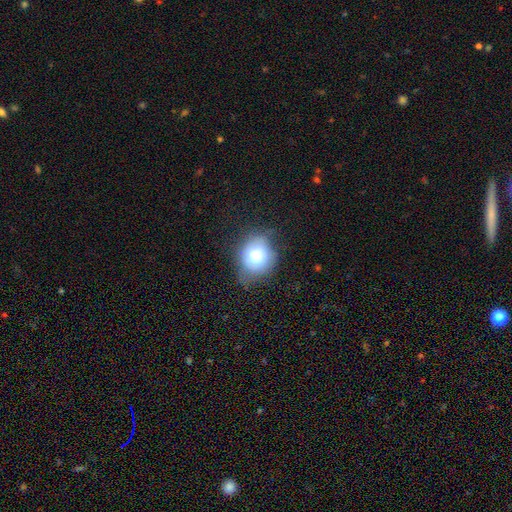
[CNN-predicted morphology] Overall: smooth (70%). How rounded: round (69%; in between 30%). Merging: none (60%; minor disturbance 29%).